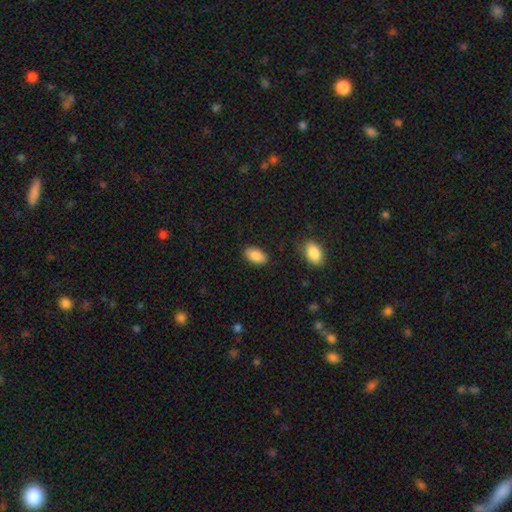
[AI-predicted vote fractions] smooth 87%, star or artifact 7%, featured or disk 6%. Down the decision tree: how rounded — in between (94%); merging — none (86%).